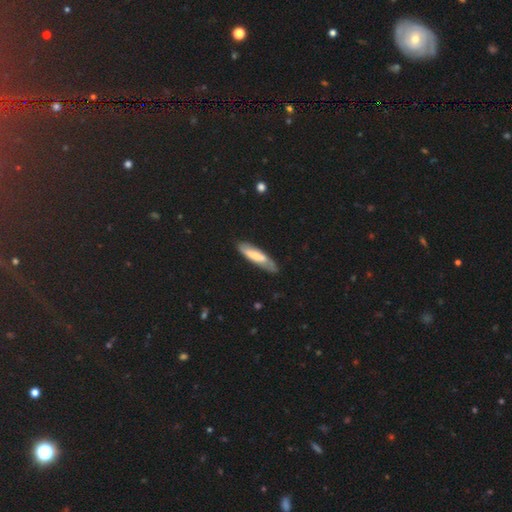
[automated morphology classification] smooth_or_featured: smooth (p=0.52) [alt: featured or disk p=0.42]
how_rounded: cigar-shaped (p=0.67) [alt: in between p=0.31]
merging: none (p=0.69) [alt: minor disturbance p=0.22]